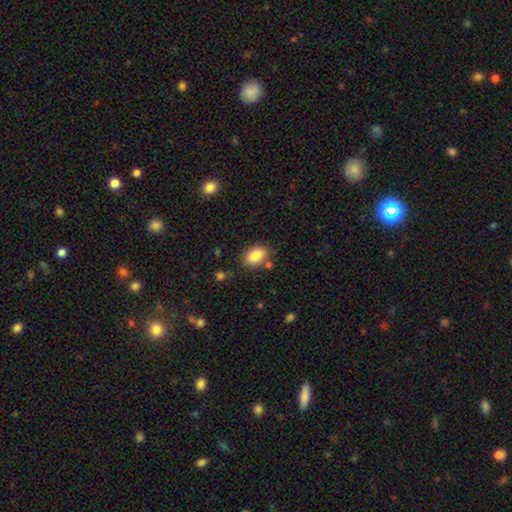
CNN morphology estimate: The model was most divided on "merging": none: 75%, minor disturbance: 15%, merger: 6%, major disturbance: 4%. More confident: how rounded — in between (86%); smooth or featured — smooth (84%).